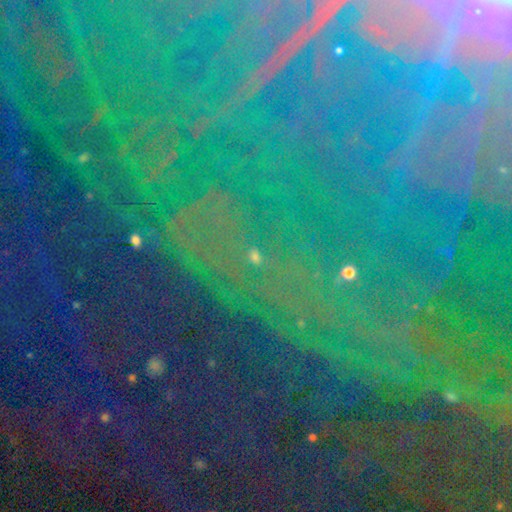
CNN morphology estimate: Q: Smooth or featured?
A: star or artifact (85%); runner-up: featured or disk (8%)